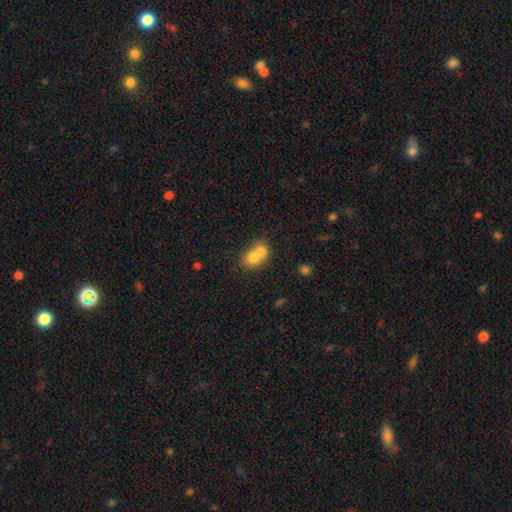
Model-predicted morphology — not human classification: This is likely a smooth galaxy (71%). How rounded: possibly round (55%). Merging: likely merger (72%).